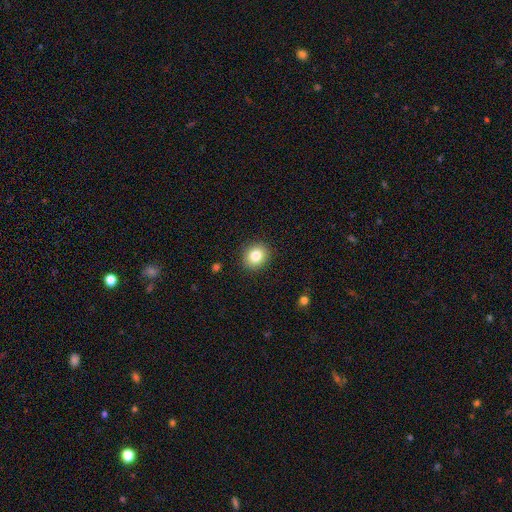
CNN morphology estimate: smooth-or-featured: smooth: 83% | star or artifact: 10% | featured or disk: 7%
  how-rounded: round: 76% | in between: 24% | cigar-shaped: 1%
  merging: none: 90% | minor disturbance: 7% | major disturbance: 2% | merger: 1%